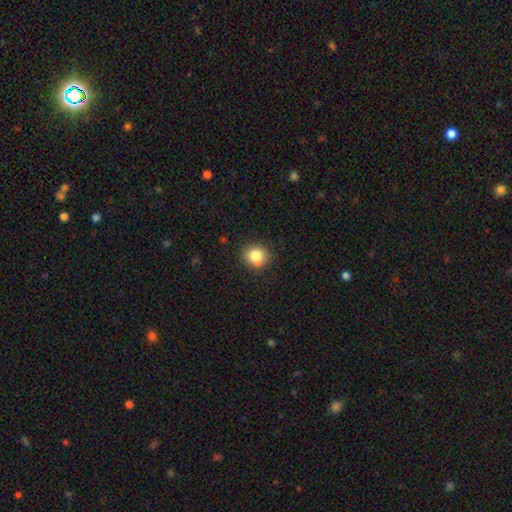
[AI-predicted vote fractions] A smooth galaxy with no disk features (82%) that is round (83%).

Vote fractions:
- Smooth or featured? smooth: 82% / star or artifact: 11% / featured or disk: 8%
- How rounded? round: 83% / in between: 16% / cigar-shaped: 1%
- Merging? none: 78% / minor disturbance: 14% / merger: 4% / major disturbance: 3%